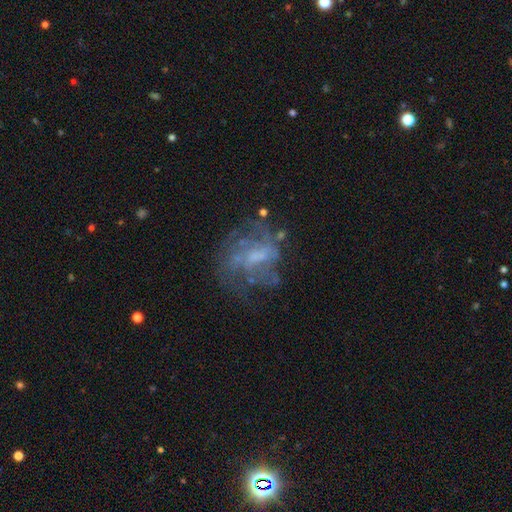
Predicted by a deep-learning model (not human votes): Smooth or featured? featured or disk (67%)
Edge-on disk? no (97%)
Bar? no (54%)
Spiral arms? no (52%)
Bulge size? small (35%, tied with none)
Merging? none (51%)